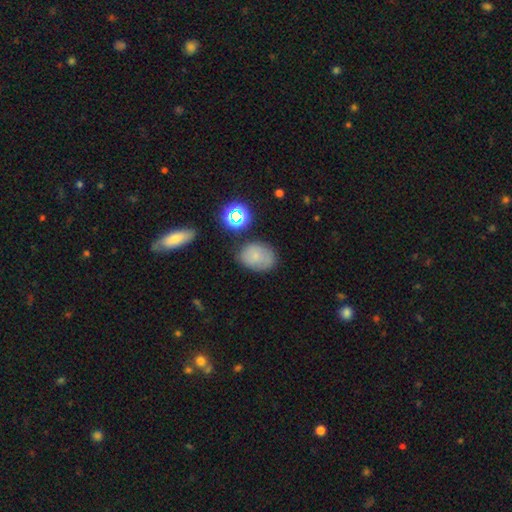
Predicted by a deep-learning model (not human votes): This is likely a smooth galaxy (68%). How rounded: likely in between (68%). Merging: likely none (68%).